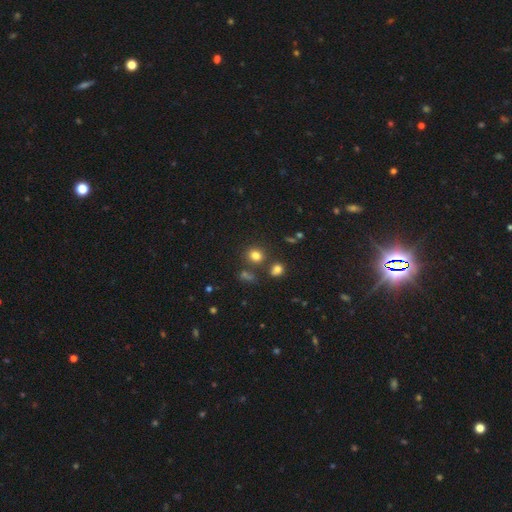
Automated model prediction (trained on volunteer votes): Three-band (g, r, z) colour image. It shows a smooth galaxy with no disk features (78%) that is round (75%). Merging: none (76%).